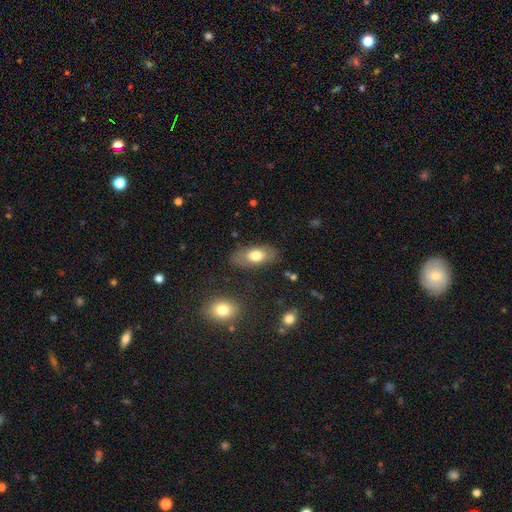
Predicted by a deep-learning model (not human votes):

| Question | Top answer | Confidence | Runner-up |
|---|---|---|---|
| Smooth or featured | smooth | 69% | featured or disk (24%) |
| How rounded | in between | 89% | cigar-shaped (6%) |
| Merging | none | 80% | minor disturbance (14%) |